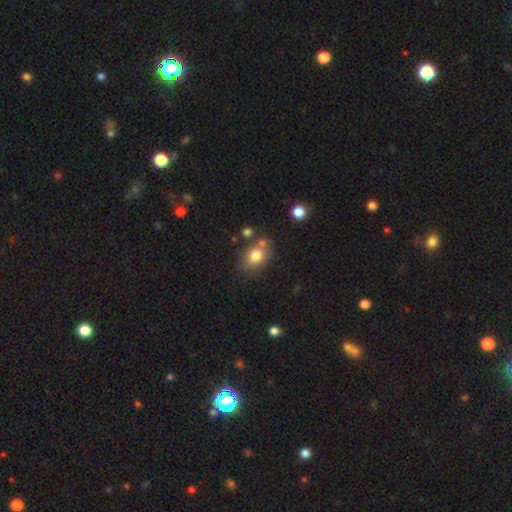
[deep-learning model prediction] Morphology: type=smooth (79%); roundness=in between (65%); merging=none (64%).